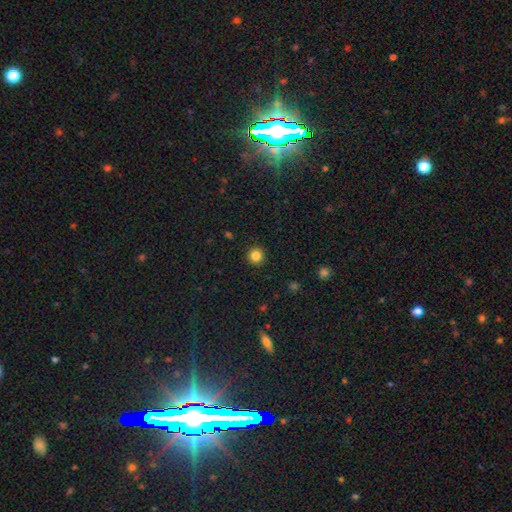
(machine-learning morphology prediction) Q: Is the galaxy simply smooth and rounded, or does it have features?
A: smooth — 84%.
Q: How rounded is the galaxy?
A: round — 93%.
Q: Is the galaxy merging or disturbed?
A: none — 92%.